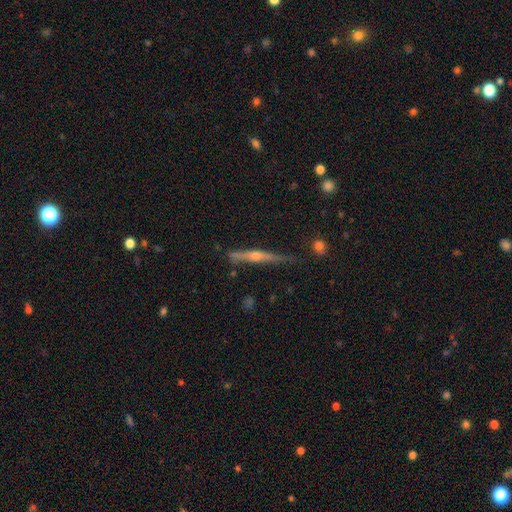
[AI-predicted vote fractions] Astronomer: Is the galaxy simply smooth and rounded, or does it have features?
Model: featured or disk — 71%.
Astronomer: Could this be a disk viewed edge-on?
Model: yes — 97%.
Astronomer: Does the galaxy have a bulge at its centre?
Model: rounded — 83%.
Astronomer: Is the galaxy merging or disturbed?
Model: none — 76%.